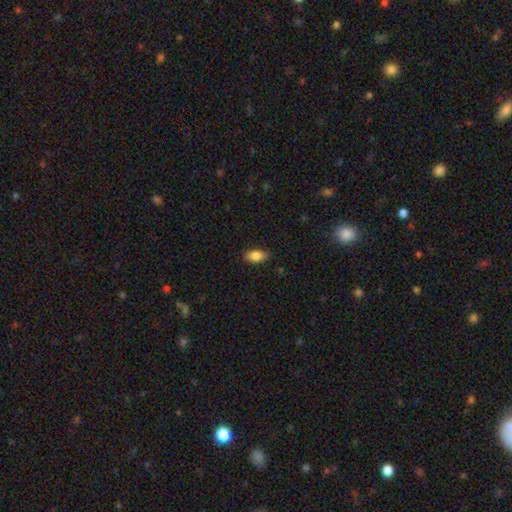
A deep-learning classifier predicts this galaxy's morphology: Smooth or featured? Predicted: smooth (p=0.85). How rounded? Predicted: in between (p=0.89). Merging? Predicted: none (p=0.85).